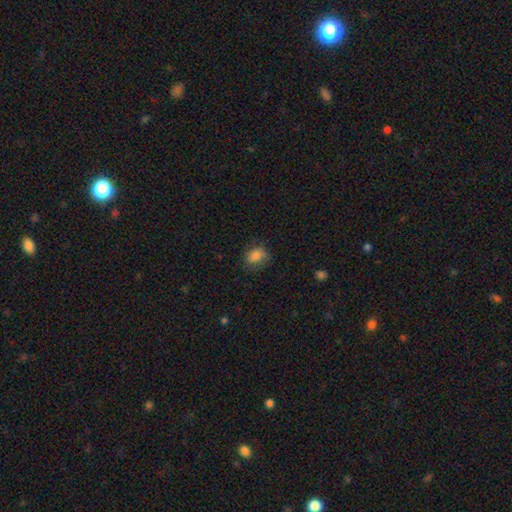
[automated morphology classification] This appears to be a smooth galaxy with no disk features (83%) that is in between round and cigar-shaped (65%). Merging: none (75%).